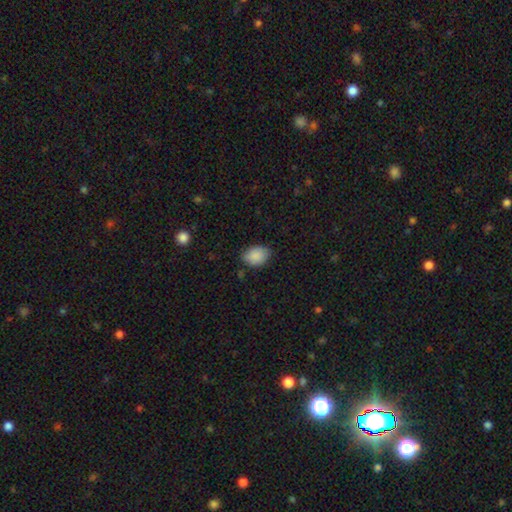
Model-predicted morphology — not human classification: smooth 88%, star or artifact 7%, featured or disk 5%. Down the decision tree: how rounded — in between (74%); merging — none (75%).